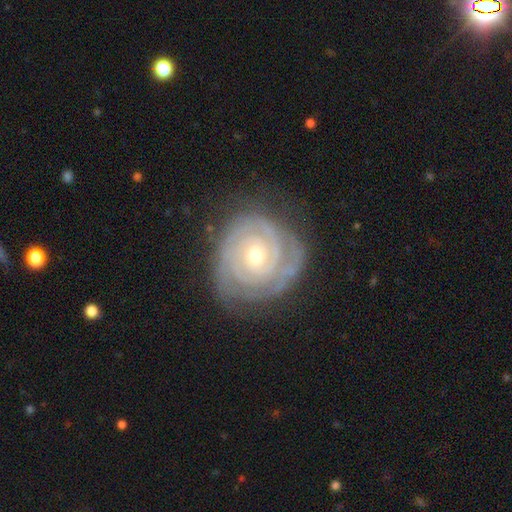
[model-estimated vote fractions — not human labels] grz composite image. It shows a featured or disk galaxy (87%) with no bar (73%), 2 (31%) tight (85%) spiral arms (96%) and a small central bulge (58%). Merging: none (76%).